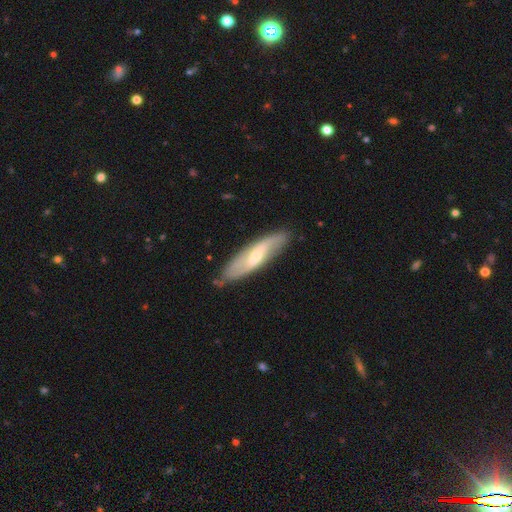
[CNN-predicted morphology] This appears to be a featured or disk galaxy (64%). Merging: none (78%).